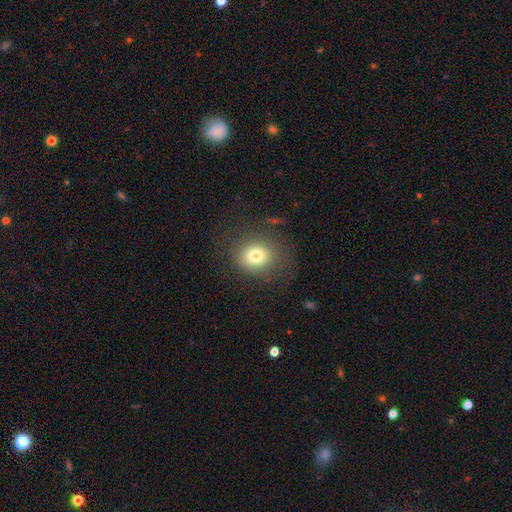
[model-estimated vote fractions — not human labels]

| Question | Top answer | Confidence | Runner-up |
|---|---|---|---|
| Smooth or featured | smooth | 77% | star or artifact (12%) |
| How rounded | round | 76% | in between (23%) |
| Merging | none | 81% | minor disturbance (11%) |